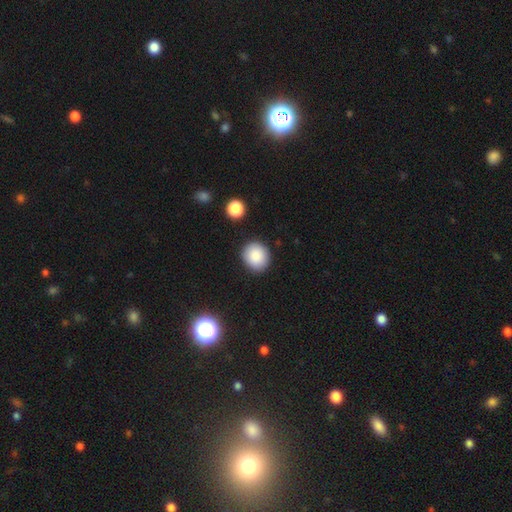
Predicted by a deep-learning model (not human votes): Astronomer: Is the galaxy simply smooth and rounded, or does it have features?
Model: smooth — 87%.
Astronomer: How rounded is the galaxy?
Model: round — 81%.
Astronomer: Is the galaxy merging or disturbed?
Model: none — 88%.